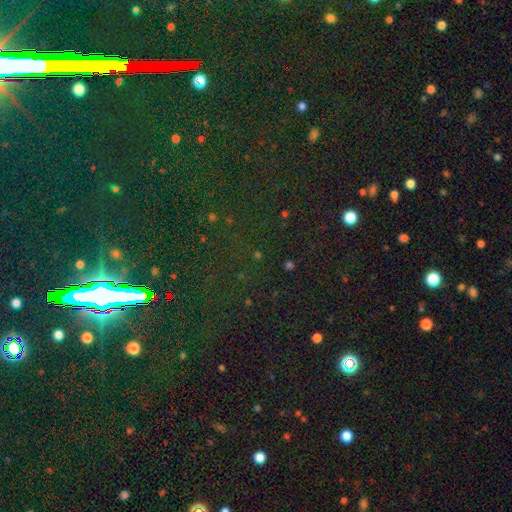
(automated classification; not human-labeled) smooth-or-featured: star or artifact: 76% | smooth: 17% | featured or disk: 8%